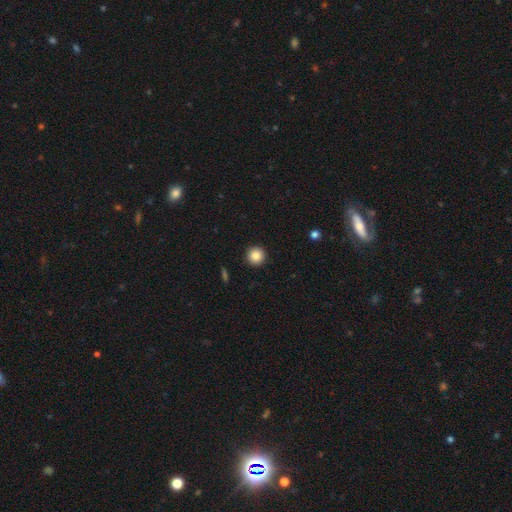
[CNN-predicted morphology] type=smooth (86%); roundness=round (96%); merging=none (93%).